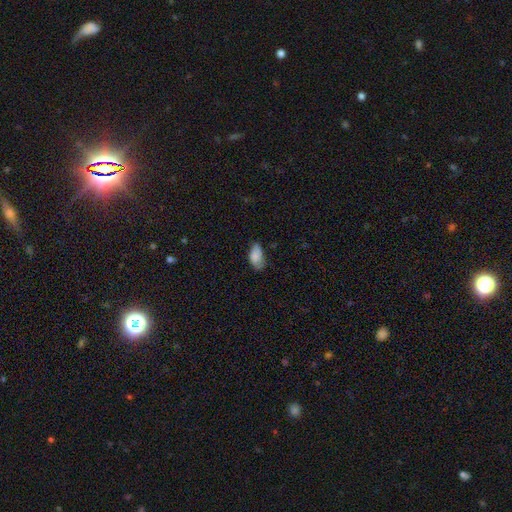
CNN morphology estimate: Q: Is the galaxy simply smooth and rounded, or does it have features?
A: smooth — 82%.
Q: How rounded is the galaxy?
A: in between — 93%.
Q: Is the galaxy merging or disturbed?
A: none — 58%.